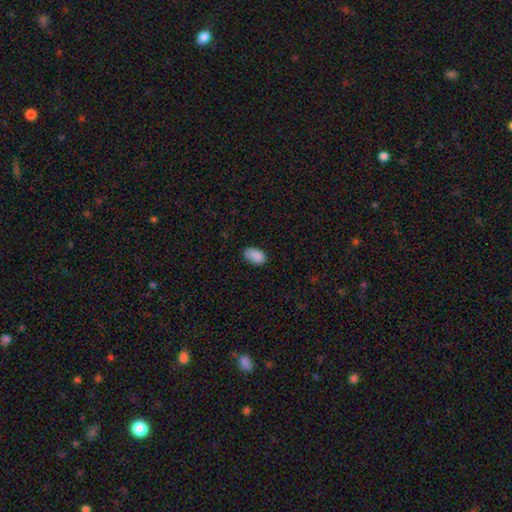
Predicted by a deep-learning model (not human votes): A smooth galaxy with no disk features (89%) that is in between round and cigar-shaped (93%).

Vote fractions:
- Smooth or featured? smooth: 89% / star or artifact: 8% / featured or disk: 3%
- How rounded? in between: 93% / round: 6% / cigar-shaped: 1%
- Merging? none: 78% / minor disturbance: 18% / major disturbance: 3% / merger: 1%